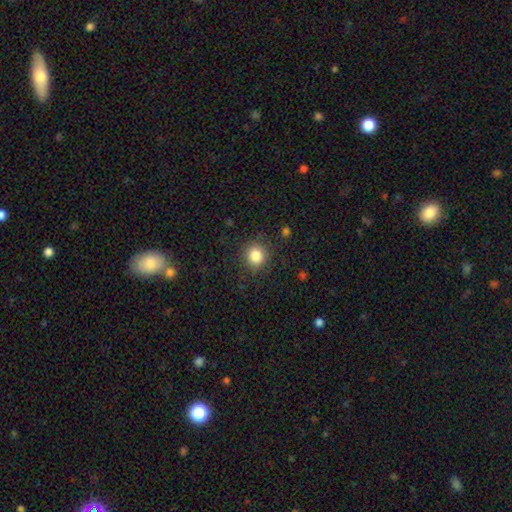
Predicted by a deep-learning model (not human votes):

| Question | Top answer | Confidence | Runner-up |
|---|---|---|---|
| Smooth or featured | smooth | 83% | star or artifact (11%) |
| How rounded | round | 89% | in between (10%) |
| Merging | none | 88% | minor disturbance (8%) |